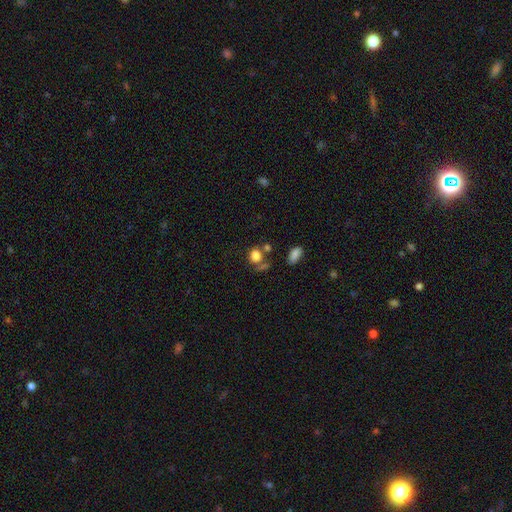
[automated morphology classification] smooth_or_featured: smooth (p=0.80) [alt: star or artifact p=0.12]
how_rounded: round (p=0.67) [alt: in between p=0.31]
merging: none (p=0.53) [alt: merger p=0.22]